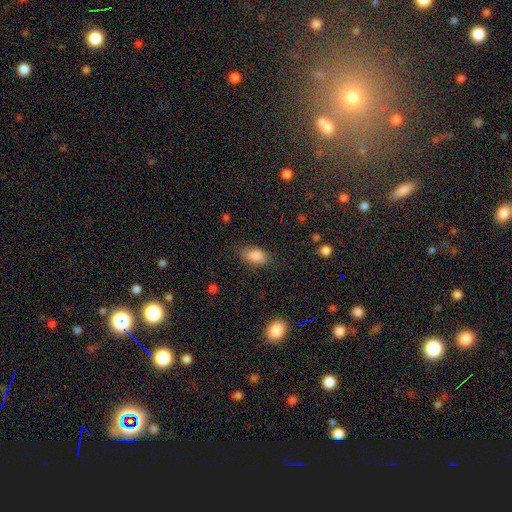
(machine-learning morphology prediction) Smooth or featured? smooth (86%)
How rounded? in between (89%)
Merging? none (74%)